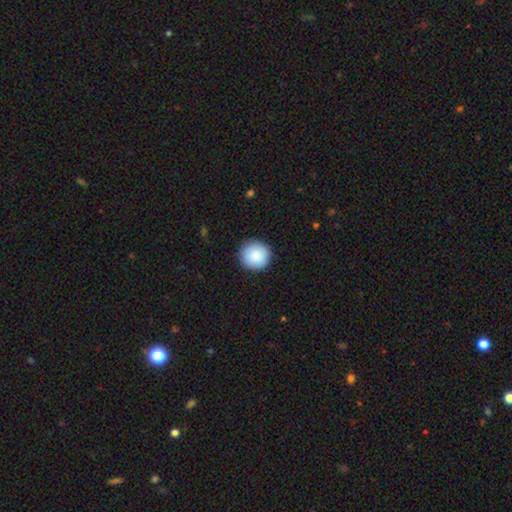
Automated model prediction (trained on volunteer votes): smooth 88%, star or artifact 7%, featured or disk 5%. Down the decision tree: how rounded — round (94%); merging — none (90%).